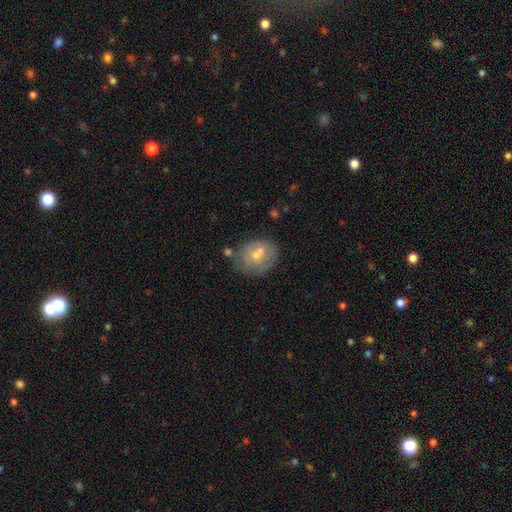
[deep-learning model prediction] Morphology: type=smooth (50%); roundness=round (59%); merging=none (62%).